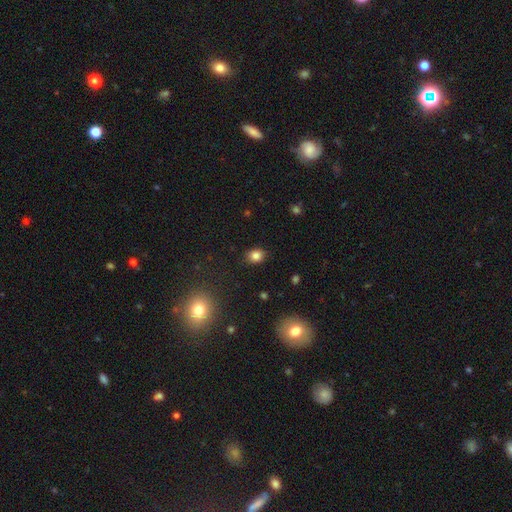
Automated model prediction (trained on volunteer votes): Morphology: type=smooth (83%); roundness=round (54%); merging=none (87%).